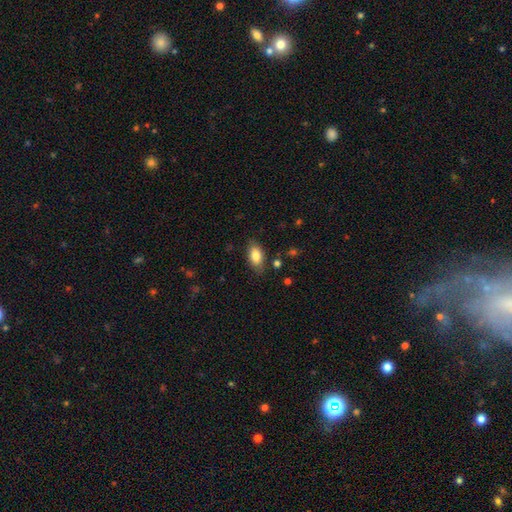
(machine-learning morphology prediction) Overall: smooth (82%). How rounded: in between (90%). Merging: none (82%).